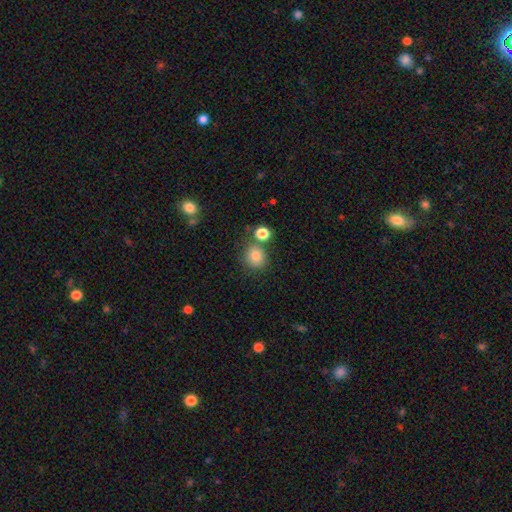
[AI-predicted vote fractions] smooth-or-featured: smooth: 82% | star or artifact: 11% | featured or disk: 7%
  how-rounded: round: 82% | in between: 17% | cigar-shaped: 1%
  merging: none: 67% | merger: 17% | minor disturbance: 12% | major disturbance: 4%